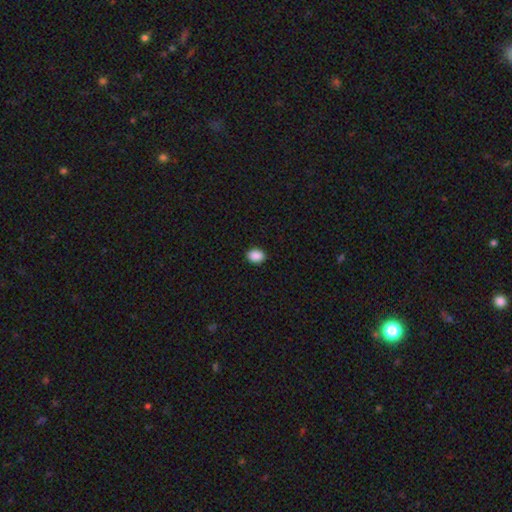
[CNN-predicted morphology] Overall: smooth (90%). How rounded: in between (64%; round 35%). Merging: none (91%).